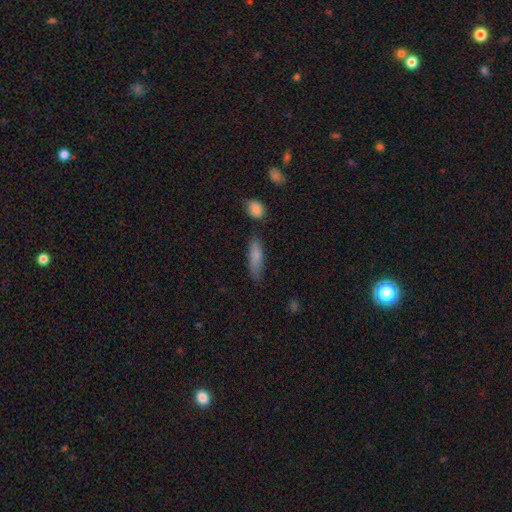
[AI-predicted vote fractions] Smooth or featured: smooth — 82% (featured or disk — 11%)
How rounded: cigar-shaped — 58% (in between — 40%)
Merging: none — 69% (minor disturbance — 20%)